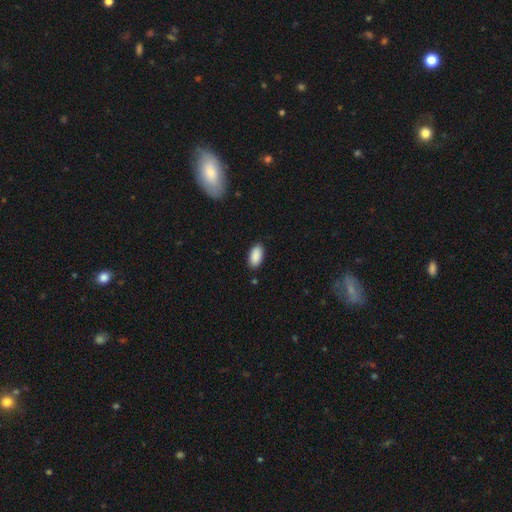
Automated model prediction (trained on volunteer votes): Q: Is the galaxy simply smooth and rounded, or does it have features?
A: smooth — 90%.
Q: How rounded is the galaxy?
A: in between — 94%.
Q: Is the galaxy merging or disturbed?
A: none — 87%.